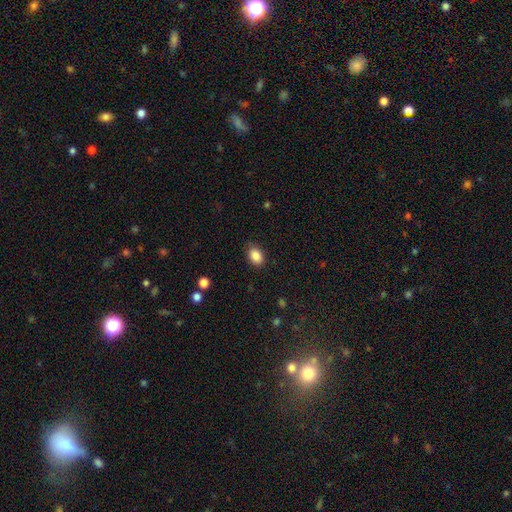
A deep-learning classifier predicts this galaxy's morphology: Smooth or featured? smooth (87%)
How rounded? in between (73%)
Merging? none (83%)